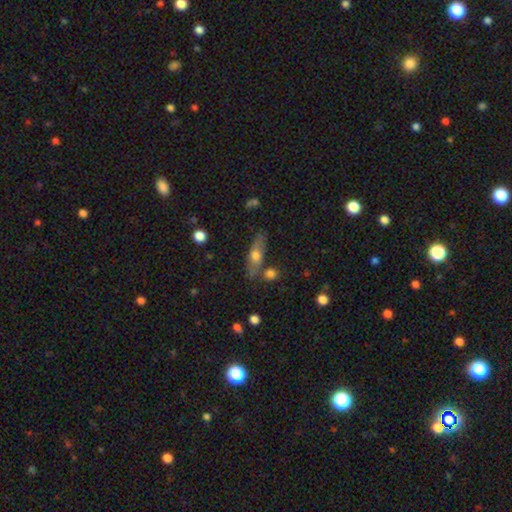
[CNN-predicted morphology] smooth-or-featured: smooth: 59% | featured or disk: 33% | star or artifact: 8%
  how-rounded: in between: 48% | cigar-shaped: 47% | round: 5%
  merging: none: 72% | minor disturbance: 15% | merger: 9% | major disturbance: 4%